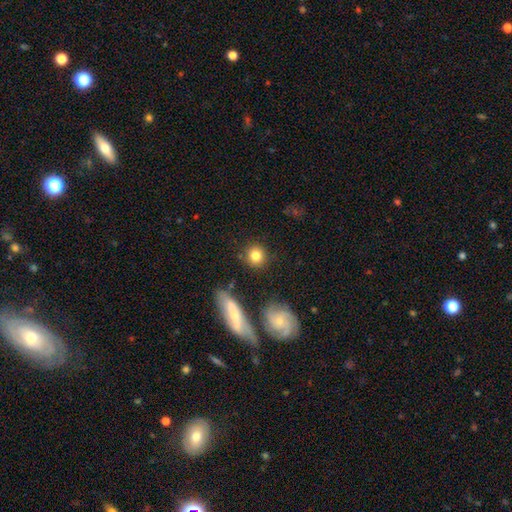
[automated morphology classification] smooth_or_featured: smooth (p=0.81) [alt: featured or disk p=0.10]
how_rounded: round (p=0.88) [alt: in between p=0.10]
merging: none (p=0.85) [alt: minor disturbance p=0.08]